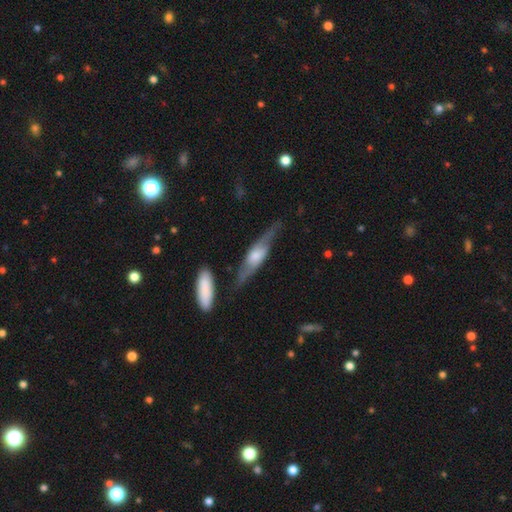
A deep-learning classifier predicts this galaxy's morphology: smooth_or_featured: featured or disk (p=0.67) [alt: smooth p=0.27]
disk_edge_on: yes (p=0.78) [alt: no p=0.22]
edge_on_bulge: rounded (p=0.73) [alt: boxy p=0.20]
merging: none (p=0.64) [alt: minor disturbance p=0.23]